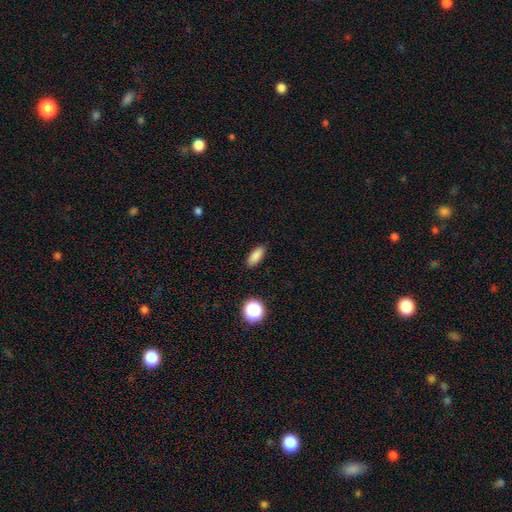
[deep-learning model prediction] Overall: smooth (85%). How rounded: in between (78%). Merging: none (88%).